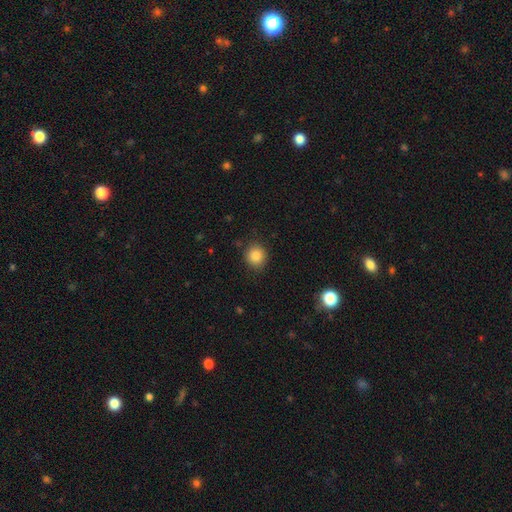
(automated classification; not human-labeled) The model was most divided on "how rounded": round: 85%, in between: 14%, cigar-shaped: 1%. More confident: merging — none (87%); smooth or featured — smooth (85%).